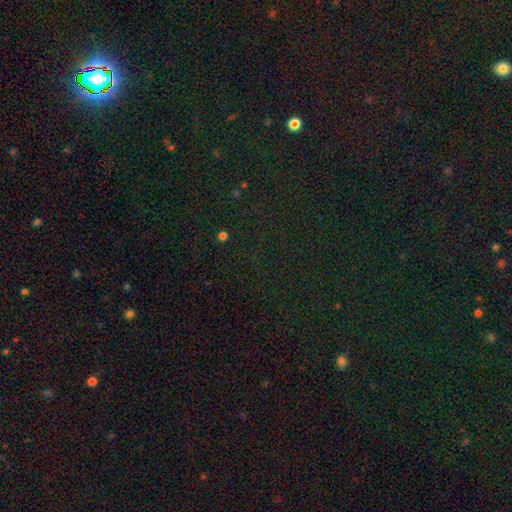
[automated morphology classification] Smooth or featured? star or artifact (79%)